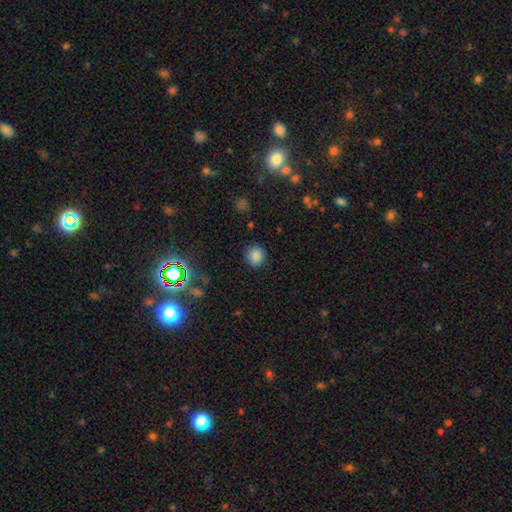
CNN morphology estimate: Smooth or featured?
  - smooth: 83% *
  - star or artifact: 13%
  - featured or disk: 4%
How rounded?
  - round: 85% *
  - in between: 14%
  - cigar-shaped: 1%
Merging?
  - none: 87% *
  - minor disturbance: 8%
  - major disturbance: 3%
  - merger: 1%